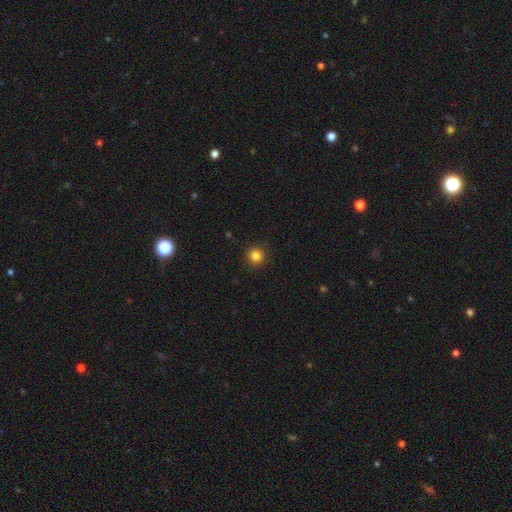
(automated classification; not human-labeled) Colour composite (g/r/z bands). It shows a smooth galaxy with no disk features (83%) that is round (94%). Merging: none (92%).